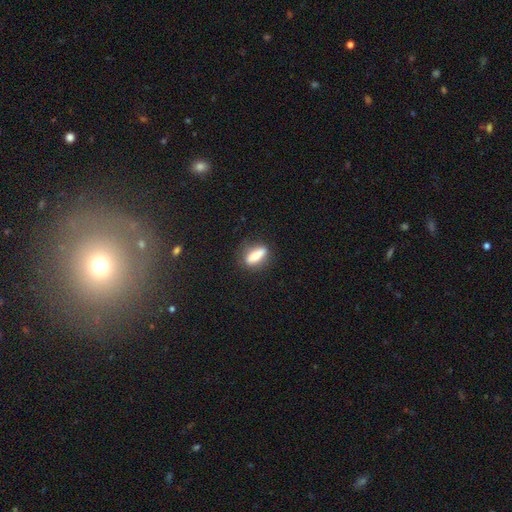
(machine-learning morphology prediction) A smooth galaxy with no disk features (67%) that is in between round and cigar-shaped (50%).

Vote fractions:
- Smooth or featured? smooth: 67% / featured or disk: 25% / star or artifact: 8%
- How rounded? in between: 50% / cigar-shaped: 45% / round: 5%
- Merging? none: 80% / minor disturbance: 14% / major disturbance: 5% / merger: 2%